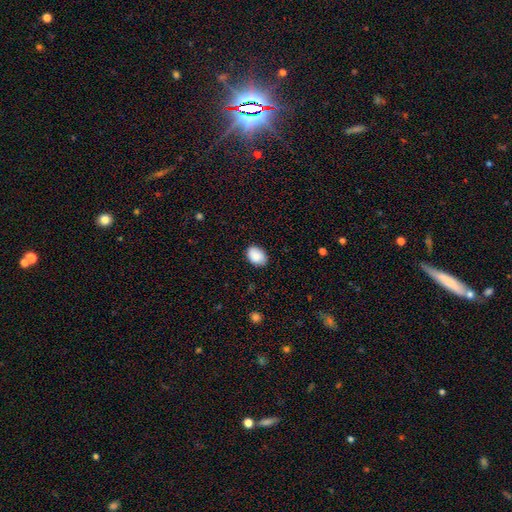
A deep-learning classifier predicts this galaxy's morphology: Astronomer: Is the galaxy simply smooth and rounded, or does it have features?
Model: smooth — 90%.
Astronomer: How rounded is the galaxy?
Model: in between — 79%.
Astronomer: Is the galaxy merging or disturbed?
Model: none — 85%.